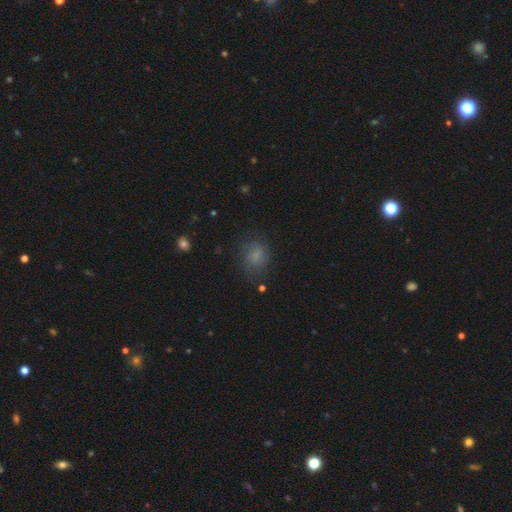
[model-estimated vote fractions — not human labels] A smooth galaxy with no disk features (64%) that is round (59%). Merging: none (65%).